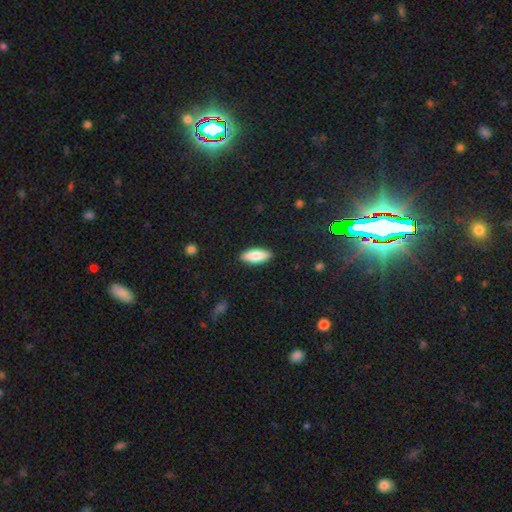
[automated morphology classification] smooth 83%, featured or disk 11%, star or artifact 6%. Down the decision tree: how rounded — in between (70%); merging — none (89%).